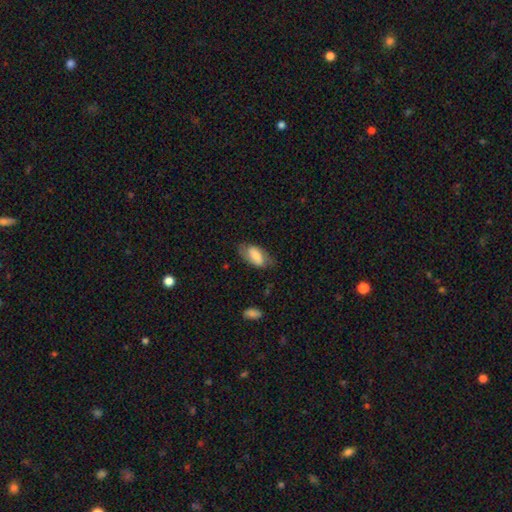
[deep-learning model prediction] Smooth or featured?
  - smooth: 65% *
  - featured or disk: 28%
  - star or artifact: 7%
How rounded?
  - in between: 91% *
  - cigar-shaped: 6%
  - round: 3%
Merging?
  - none: 64% *
  - minor disturbance: 25%
  - major disturbance: 9%
  - merger: 2%